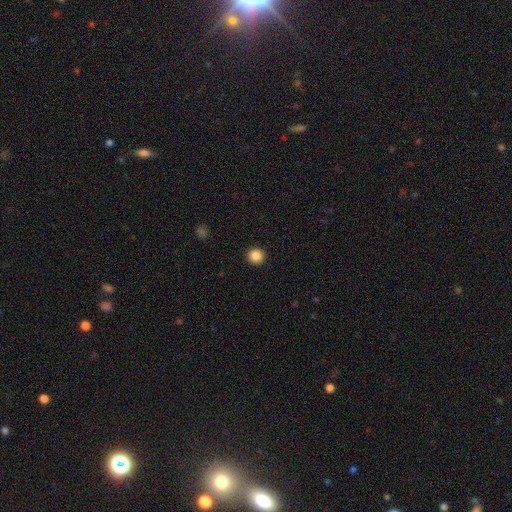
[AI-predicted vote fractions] Q: Smooth or featured?
A: smooth (86%); runner-up: star or artifact (10%)
Q: How rounded?
A: round (94%); runner-up: in between (5%)
Q: Merging?
A: none (93%); runner-up: minor disturbance (4%)